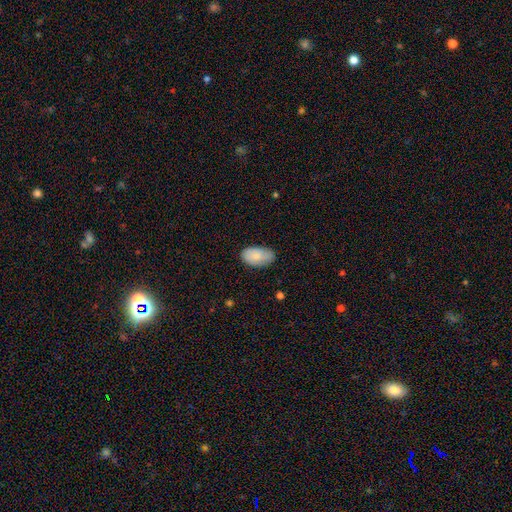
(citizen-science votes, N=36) smooth 92%, featured or disk 8%, star or artifact 0%. Down the decision tree: how rounded — in between (94%); merging — none (89%).